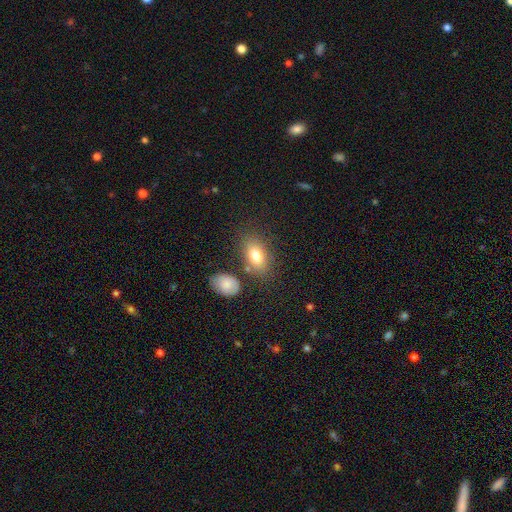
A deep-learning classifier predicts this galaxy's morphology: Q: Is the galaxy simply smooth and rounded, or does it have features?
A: smooth — 78%.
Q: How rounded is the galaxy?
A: in between — 87%.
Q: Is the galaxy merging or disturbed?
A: none — 71%.